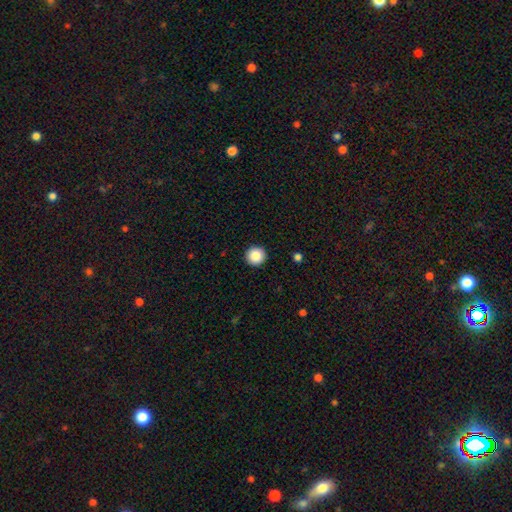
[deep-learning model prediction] A smooth galaxy with no disk features (88%) that is round (96%).

Vote fractions:
- Smooth or featured? smooth: 88% / star or artifact: 9% / featured or disk: 3%
- How rounded? round: 96% / in between: 3% / cigar-shaped: 1%
- Merging? none: 93% / minor disturbance: 4% / major disturbance: 2% / merger: 1%